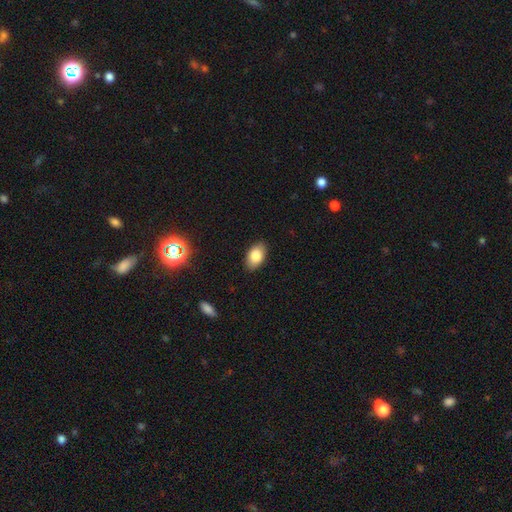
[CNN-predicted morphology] A smooth galaxy with no disk features (83%) that is in between round and cigar-shaped (91%).

Vote fractions:
- Smooth or featured? smooth: 83% / featured or disk: 9% / star or artifact: 8%
- How rounded? in between: 91% / round: 8% / cigar-shaped: 2%
- Merging? none: 87% / minor disturbance: 10% / major disturbance: 2% / merger: 1%